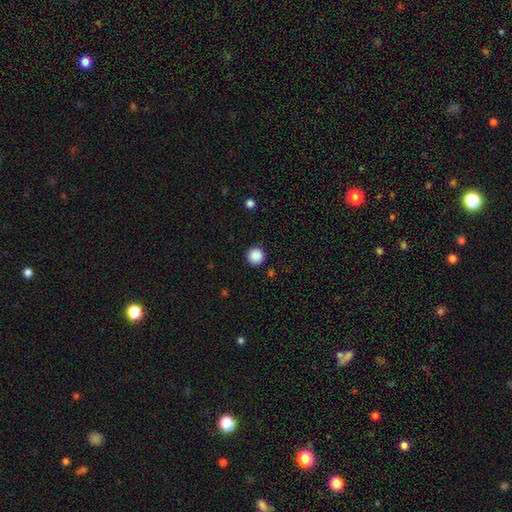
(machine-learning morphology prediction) Smooth or featured: smooth — 88% (star or artifact — 9%)
How rounded: round — 96% (in between — 3%)
Merging: none — 92% (minor disturbance — 5%)